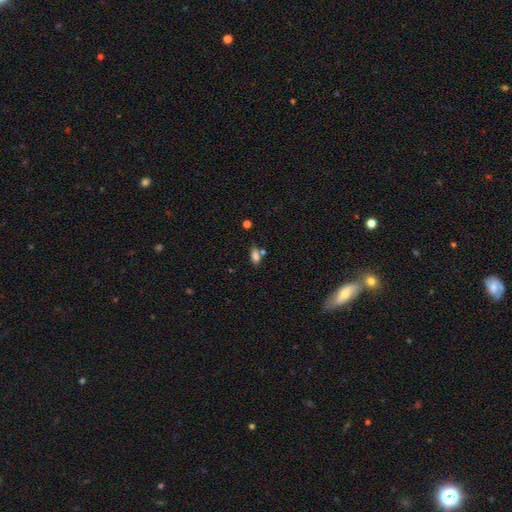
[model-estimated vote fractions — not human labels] smooth_or_featured: smooth (p=0.79) [alt: star or artifact p=0.13]
how_rounded: in between (p=0.83) [alt: cigar-shaped p=0.09]
merging: none (p=0.54) [alt: merger p=0.23]